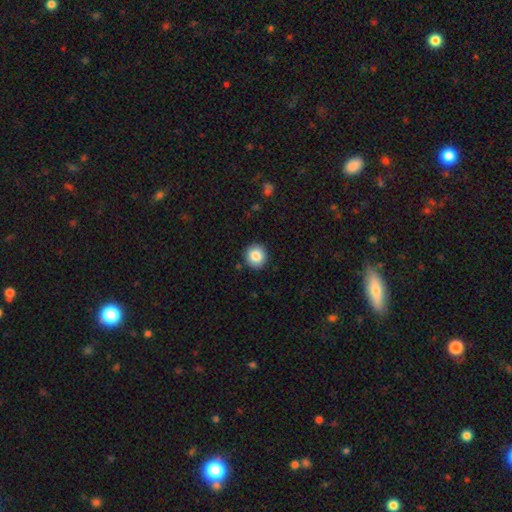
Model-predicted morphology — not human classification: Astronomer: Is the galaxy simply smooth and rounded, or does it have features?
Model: smooth — 85%.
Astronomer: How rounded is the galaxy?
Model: round — 92%.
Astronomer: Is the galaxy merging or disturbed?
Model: none — 91%.